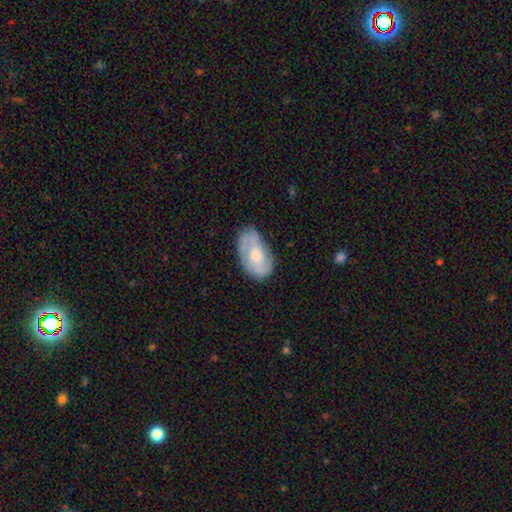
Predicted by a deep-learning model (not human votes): Q: Smooth or featured?
A: featured or disk (61%); runner-up: smooth (33%)
Q: Edge-on disk?
A: no (95%); runner-up: yes (5%)
Q: Bar?
A: no (66%); runner-up: weak (29%)
Q: Spiral arms?
A: yes (82%); runner-up: no (18%)
Q: Bulge size?
A: moderate (56%); runner-up: small (31%)
Q: Merging?
A: none (70%); runner-up: minor disturbance (22%)